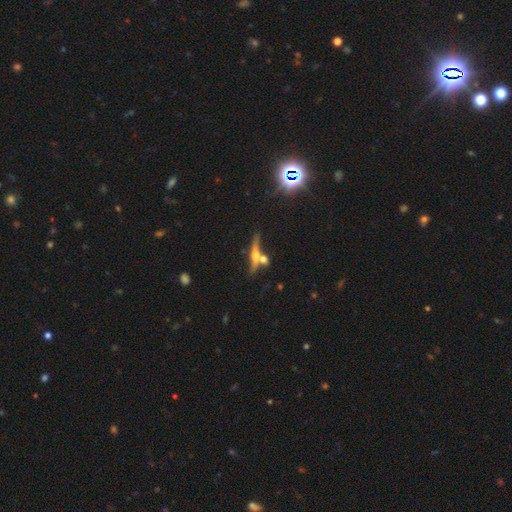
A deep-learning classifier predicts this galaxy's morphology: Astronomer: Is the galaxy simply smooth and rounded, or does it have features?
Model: featured or disk — 68%.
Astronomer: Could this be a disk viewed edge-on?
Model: yes — 94%.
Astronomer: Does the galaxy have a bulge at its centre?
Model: rounded — 92%.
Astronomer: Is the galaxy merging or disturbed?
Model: none — 61%.